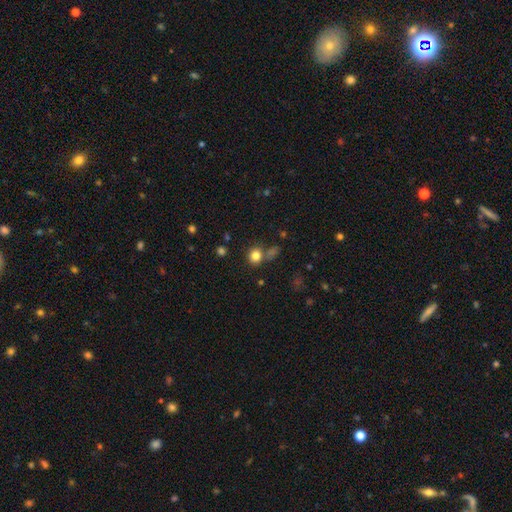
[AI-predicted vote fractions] A smooth galaxy with no disk features (81%) that is round (83%).

Vote fractions:
- Smooth or featured? smooth: 81% / star or artifact: 13% / featured or disk: 6%
- How rounded? round: 83% / in between: 16% / cigar-shaped: 1%
- Merging? none: 72% / merger: 13% / minor disturbance: 11% / major disturbance: 4%